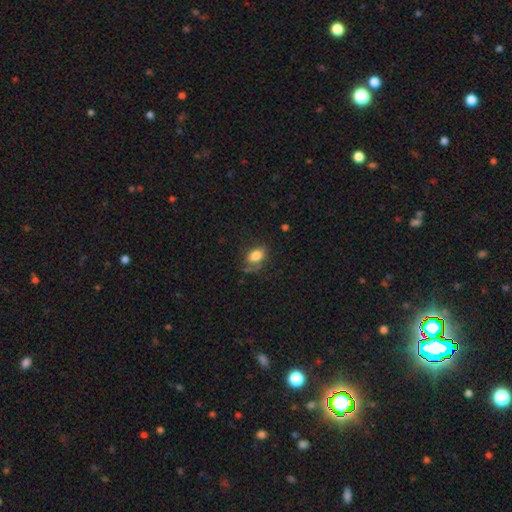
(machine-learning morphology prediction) A smooth galaxy with no disk features (79%) that is in between round and cigar-shaped (83%). Merging: none (57%).